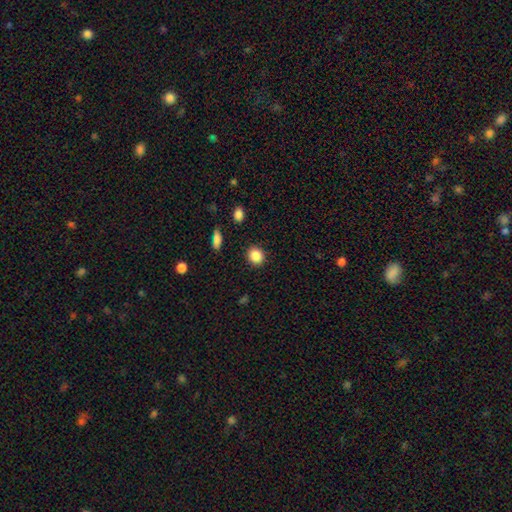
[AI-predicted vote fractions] Smooth or featured?
  - smooth: 87% *
  - star or artifact: 9%
  - featured or disk: 4%
How rounded?
  - round: 76% *
  - in between: 23%
  - cigar-shaped: 1%
Merging?
  - none: 90% *
  - minor disturbance: 7%
  - major disturbance: 2%
  - merger: 1%